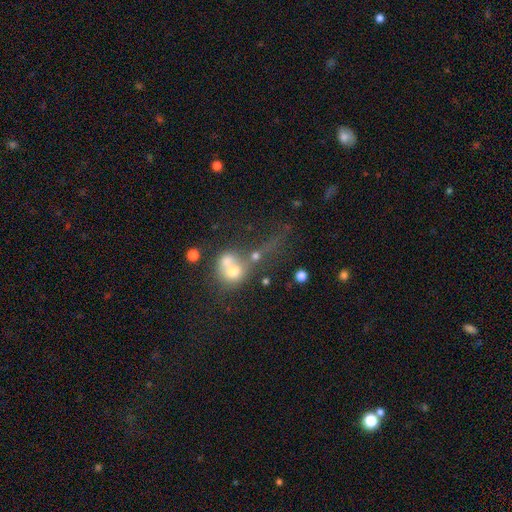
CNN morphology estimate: This is possibly a smooth galaxy (48%). Merging: possibly merger (57%).